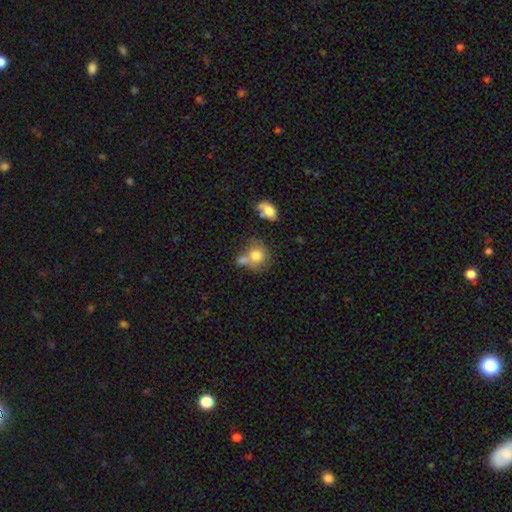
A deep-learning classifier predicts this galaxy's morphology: This appears to be a smooth galaxy with no disk features (76%) that is round (73%). Merging: merger (40%).